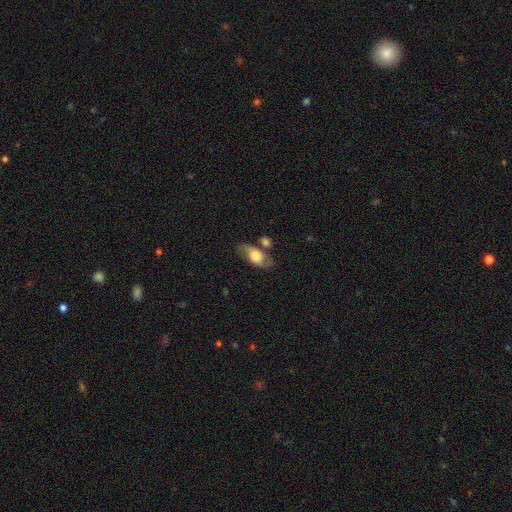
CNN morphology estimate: Smooth or featured?
  - smooth: 51% *
  - featured or disk: 41%
  - star or artifact: 8%
How rounded?
  - in between: 85% *
  - round: 9%
  - cigar-shaped: 6%
Merging?
  - none: 62% *
  - minor disturbance: 18%
  - merger: 13%
  - major disturbance: 7%